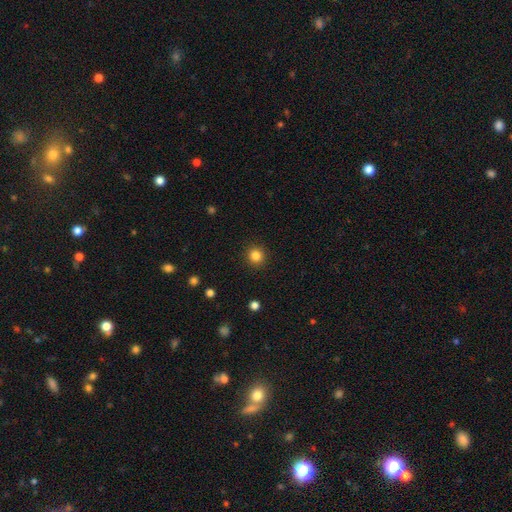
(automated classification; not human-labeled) Q: Smooth or featured?
A: smooth (84%); runner-up: star or artifact (12%)
Q: How rounded?
A: round (94%); runner-up: in between (5%)
Q: Merging?
A: none (92%); runner-up: minor disturbance (5%)